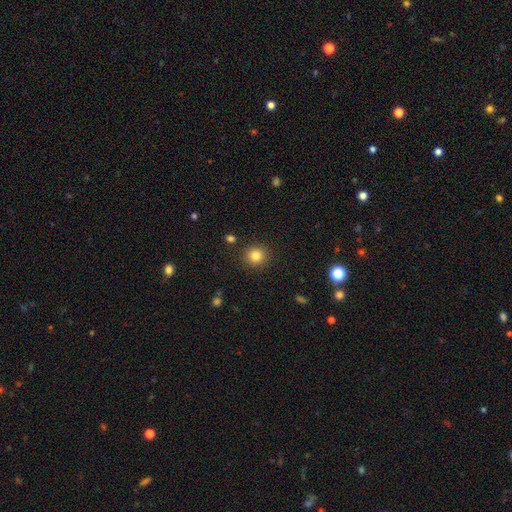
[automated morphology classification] smooth-or-featured: smooth: 82% | star or artifact: 12% | featured or disk: 6%
  how-rounded: round: 92% | in between: 7% | cigar-shaped: 1%
  merging: none: 90% | minor disturbance: 6% | major disturbance: 2% | merger: 2%